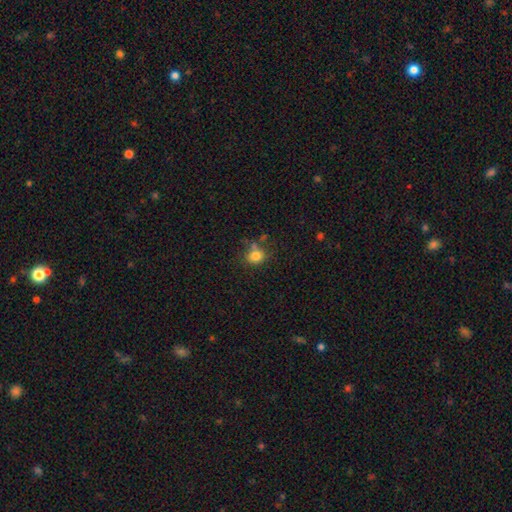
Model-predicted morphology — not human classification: Smooth or featured: smooth — 80% (star or artifact — 12%)
How rounded: round — 71% (in between — 28%)
Merging: none — 62% (minor disturbance — 18%)